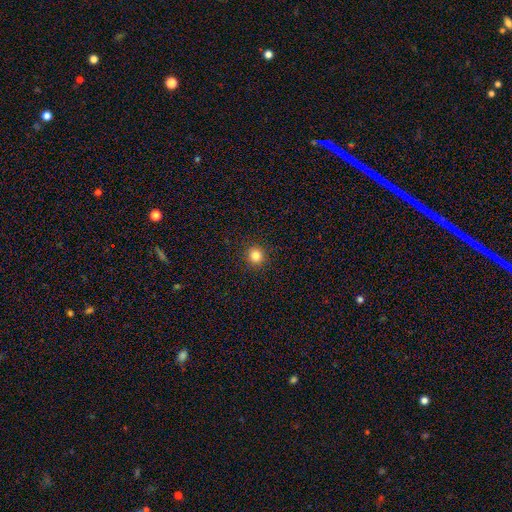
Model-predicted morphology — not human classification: Smooth or featured? Predicted: smooth (p=0.84). How rounded? Predicted: round (p=0.93). Merging? Predicted: none (p=0.92).